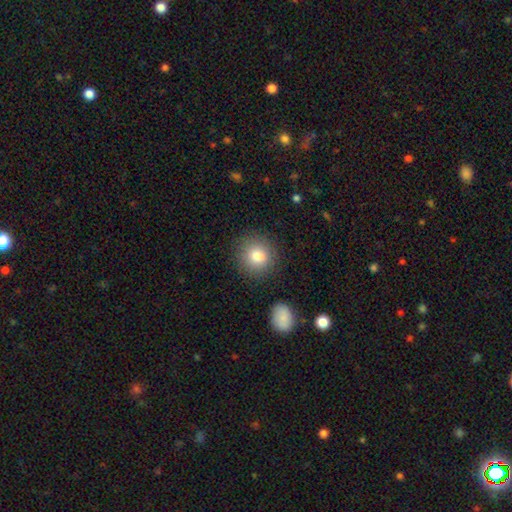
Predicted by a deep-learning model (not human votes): This is clearly a smooth galaxy (82%). How rounded: clearly round (86%). Merging: clearly none (83%).